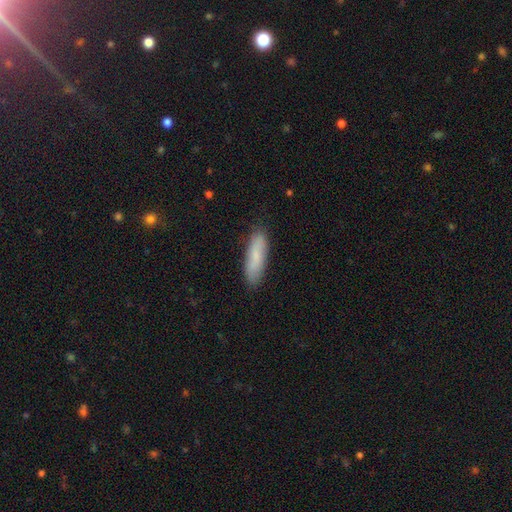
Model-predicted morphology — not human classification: A smooth galaxy with no disk features (80%) that is cigar-shaped (62%). Merging: none (85%).